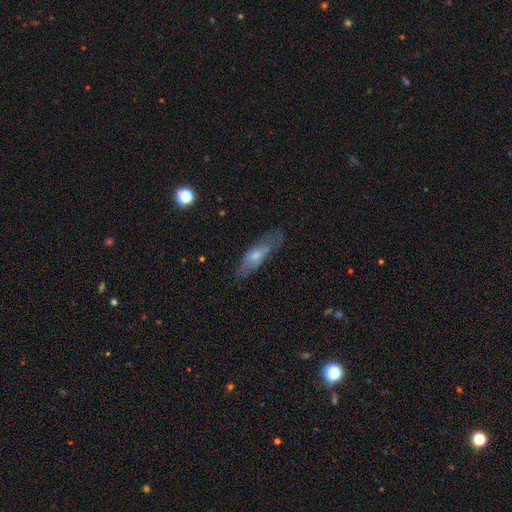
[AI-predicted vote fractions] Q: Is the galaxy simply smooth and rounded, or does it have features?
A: smooth — 48%.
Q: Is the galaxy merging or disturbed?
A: none — 68%.